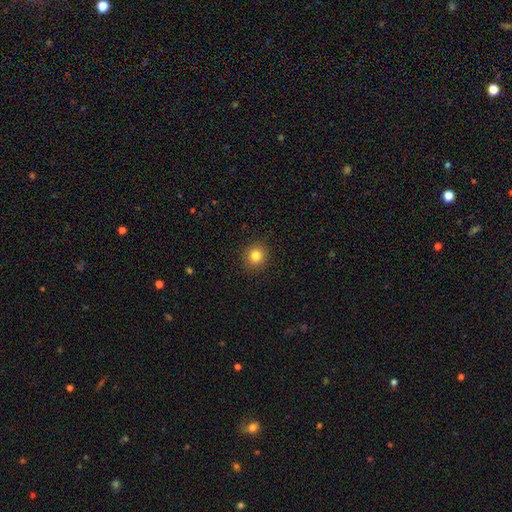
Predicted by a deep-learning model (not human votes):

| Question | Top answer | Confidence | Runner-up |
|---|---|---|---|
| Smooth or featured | smooth | 83% | star or artifact (11%) |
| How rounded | round | 89% | in between (10%) |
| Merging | none | 91% | minor disturbance (6%) |